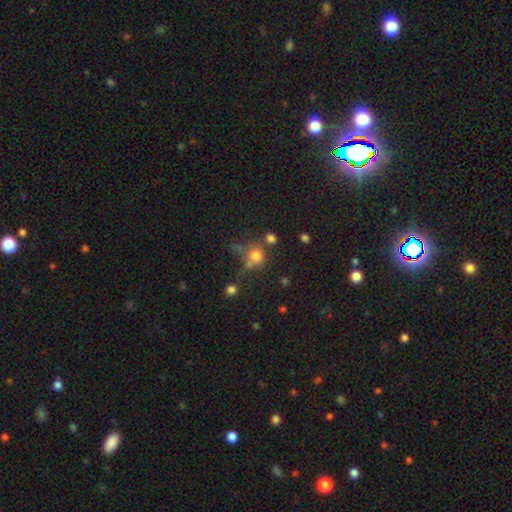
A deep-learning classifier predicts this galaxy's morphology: Smooth or featured?
  - smooth: 74% *
  - star or artifact: 16%
  - featured or disk: 10%
How rounded?
  - round: 83% *
  - in between: 16%
  - cigar-shaped: 1%
Merging?
  - none: 53% *
  - merger: 23%
  - minor disturbance: 15%
  - major disturbance: 9%